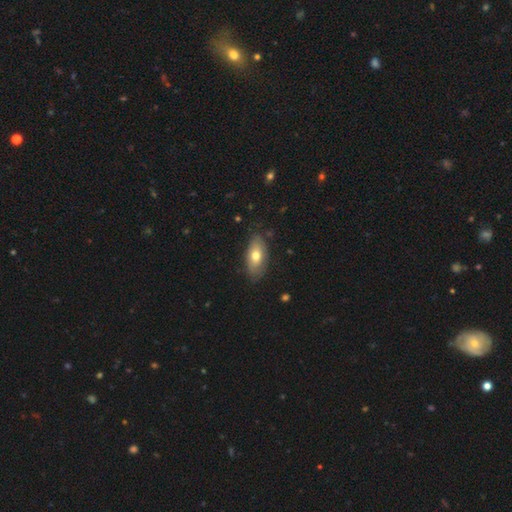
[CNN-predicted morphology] smooth_or_featured: smooth (p=0.64) [alt: featured or disk p=0.30]
how_rounded: in between (p=0.89) [alt: cigar-shaped p=0.07]
merging: none (p=0.78) [alt: minor disturbance p=0.17]